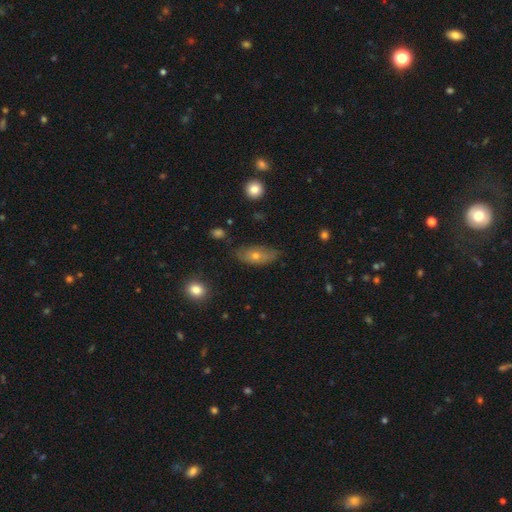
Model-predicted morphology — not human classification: Q: Smooth or featured?
A: smooth (52%); runner-up: featured or disk (38%)
Q: How rounded?
A: in between (79%); runner-up: cigar-shaped (15%)
Q: Merging?
A: none (66%); runner-up: minor disturbance (26%)